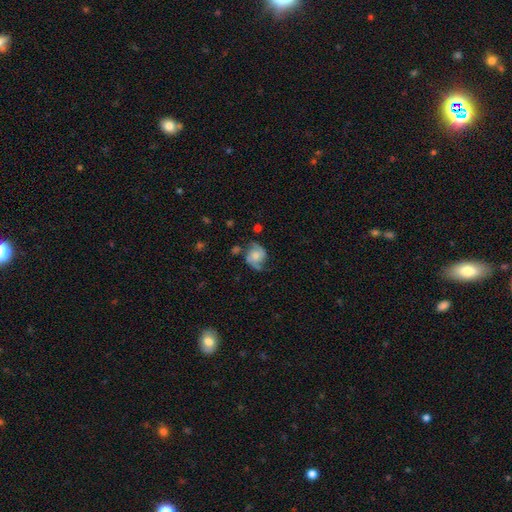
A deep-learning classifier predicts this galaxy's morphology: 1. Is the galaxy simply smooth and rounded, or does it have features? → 67% featured or disk, 25% smooth, 8% star or artifact.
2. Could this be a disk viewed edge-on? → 98% no, 2% yes.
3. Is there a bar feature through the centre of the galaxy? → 68% no, 27% weak, 5% strong.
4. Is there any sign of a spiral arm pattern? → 92% yes, 8% no.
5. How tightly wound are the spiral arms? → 46% medium, 31% loose, 22% tight.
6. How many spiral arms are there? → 87% 2, 6% can't tell, 3% 1, 2% 3, 1% 4, 1% more than 4.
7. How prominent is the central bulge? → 38% moderate, 29% small, 15% none, 15% large, 3% dominant.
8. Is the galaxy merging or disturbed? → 62% none, 23% minor disturbance, 11% major disturbance, 4% merger.